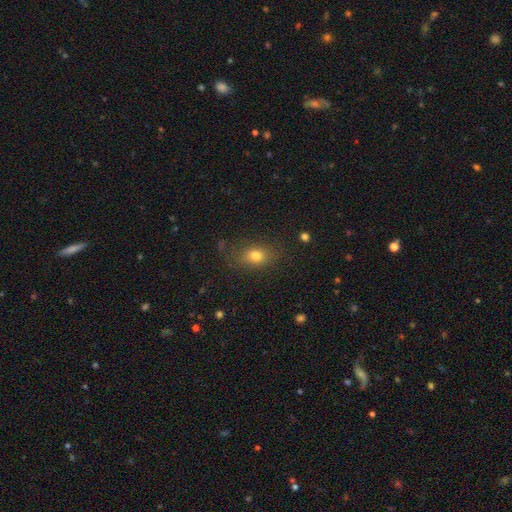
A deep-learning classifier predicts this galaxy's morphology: Smooth or featured?
  - smooth: 77% *
  - star or artifact: 12%
  - featured or disk: 11%
How rounded?
  - in between: 69% *
  - round: 29%
  - cigar-shaped: 2%
Merging?
  - none: 76% *
  - minor disturbance: 15%
  - major disturbance: 7%
  - merger: 2%